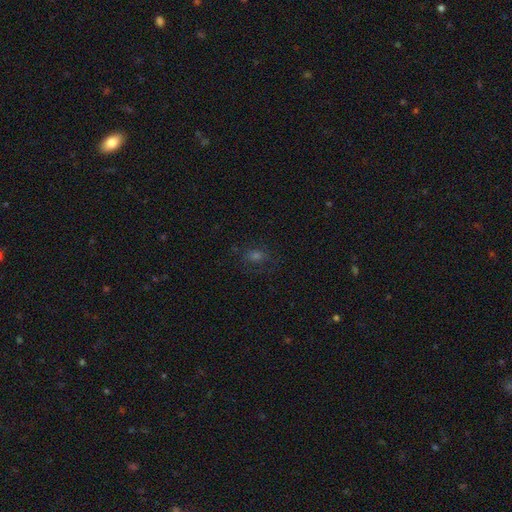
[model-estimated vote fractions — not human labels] A smooth galaxy with no disk features (48%).

Vote fractions:
- Smooth or featured? smooth: 48% / star or artifact: 35% / featured or disk: 17%
- Merging? none: 75% / minor disturbance: 15% / major disturbance: 9% / merger: 2%